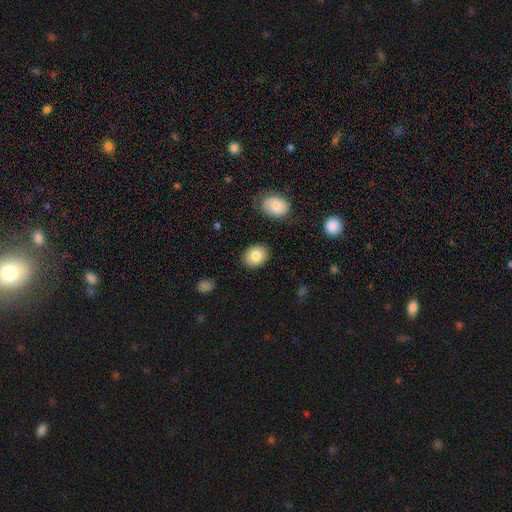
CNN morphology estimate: This appears to be a smooth galaxy with no disk features (83%) that is round (52%). Merging: none (88%).